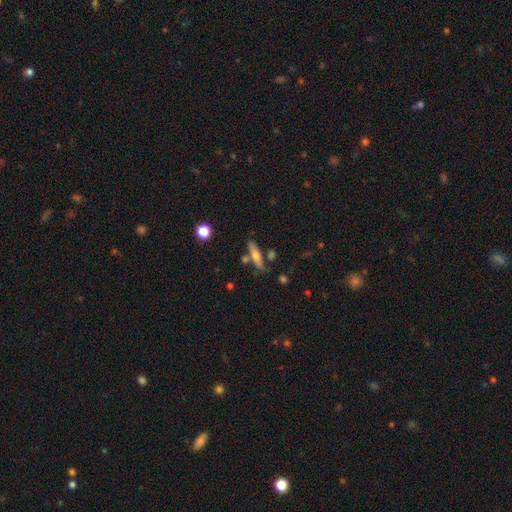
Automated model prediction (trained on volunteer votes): Smooth or featured: smooth — 53% (featured or disk — 40%)
How rounded: cigar-shaped — 78% (in between — 19%)
Merging: none — 73% (minor disturbance — 13%)